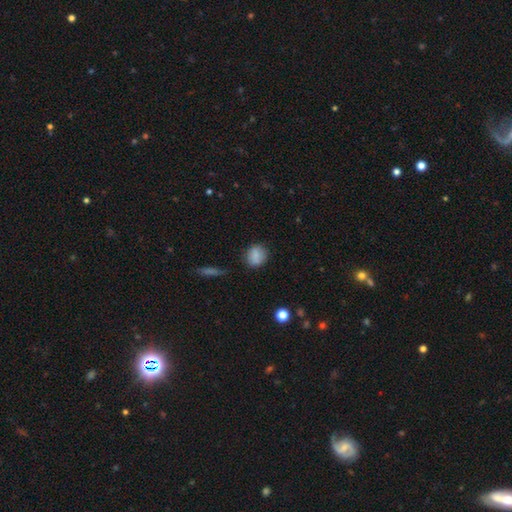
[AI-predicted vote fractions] This appears to be a smooth galaxy with no disk features (84%) that is round (67%). Merging: none (80%).